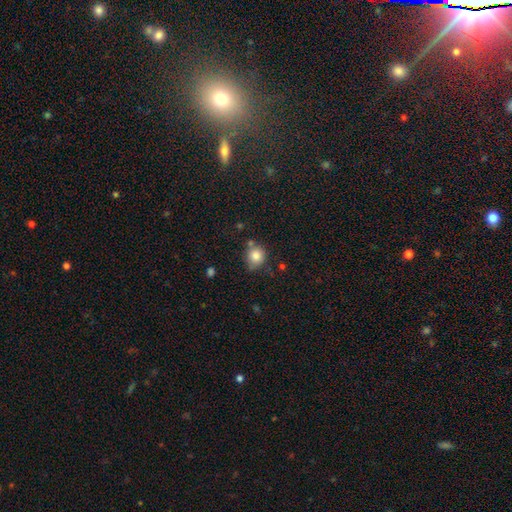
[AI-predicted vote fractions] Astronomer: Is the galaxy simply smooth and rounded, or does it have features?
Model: smooth — 82%.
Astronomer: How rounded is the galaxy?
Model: round — 78%.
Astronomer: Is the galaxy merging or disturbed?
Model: none — 63%.